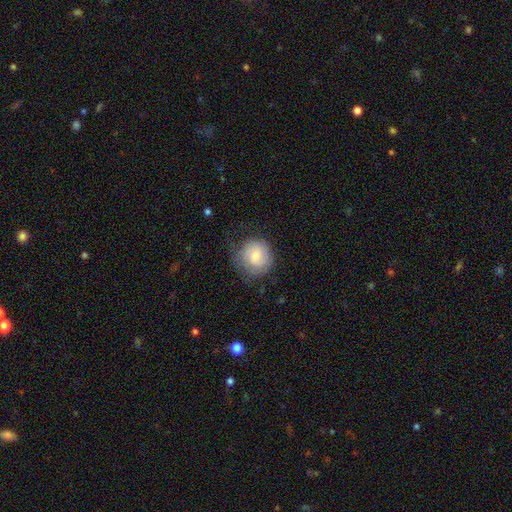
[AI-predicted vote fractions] Smooth or featured?
  - smooth: 66% *
  - featured or disk: 27%
  - star or artifact: 7%
How rounded?
  - round: 89% *
  - in between: 10%
  - cigar-shaped: 1%
Merging?
  - none: 65% *
  - minor disturbance: 24%
  - major disturbance: 10%
  - merger: 1%